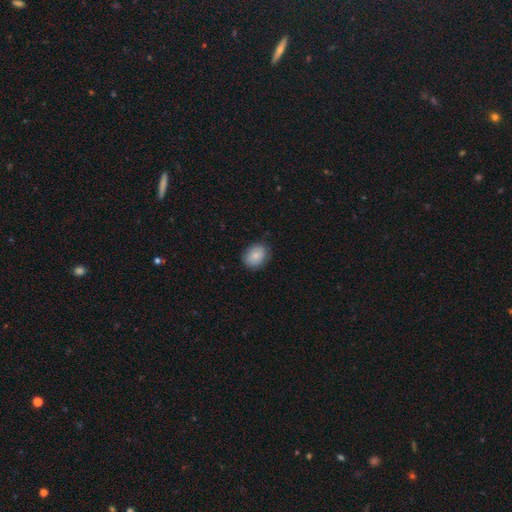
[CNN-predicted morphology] Smooth or featured?
  - smooth: 84% *
  - featured or disk: 8%
  - star or artifact: 7%
How rounded?
  - in between: 58% *
  - round: 41%
  - cigar-shaped: 1%
Merging?
  - none: 83% *
  - minor disturbance: 13%
  - major disturbance: 3%
  - merger: 1%